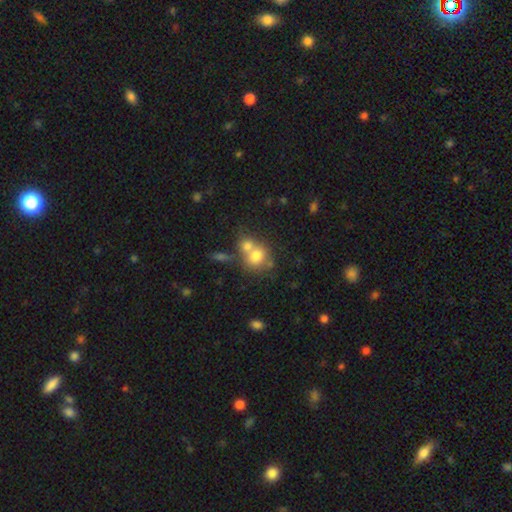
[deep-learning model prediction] Smooth or featured? smooth (74%)
How rounded? round (73%)
Merging? merger (52%)